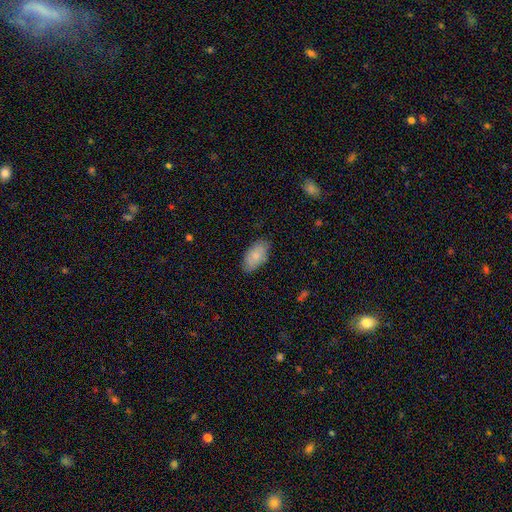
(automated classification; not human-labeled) This is likely a smooth galaxy (79%). How rounded: clearly in between (94%). Merging: clearly none (80%).